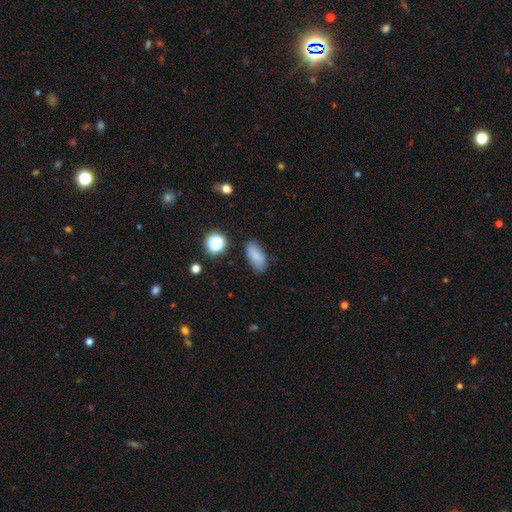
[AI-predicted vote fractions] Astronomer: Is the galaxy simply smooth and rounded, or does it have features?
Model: smooth — 83%.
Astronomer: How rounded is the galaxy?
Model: in between — 85%.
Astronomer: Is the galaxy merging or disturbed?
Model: none — 79%.